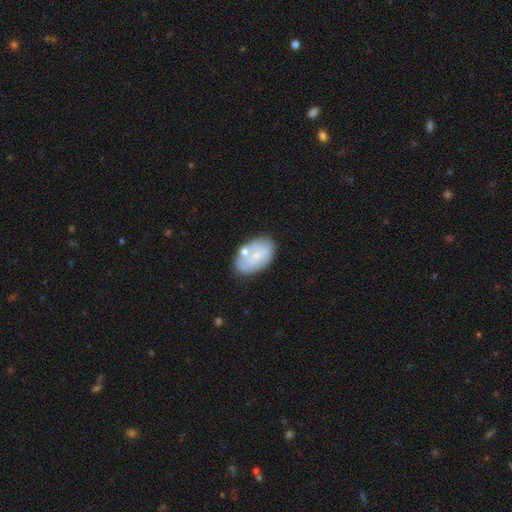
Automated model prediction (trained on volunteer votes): Morphology: type=smooth (53%); roundness=in between (91%); merging=none (64%).